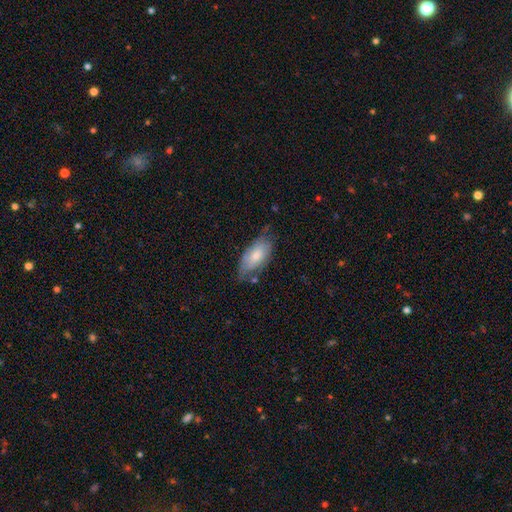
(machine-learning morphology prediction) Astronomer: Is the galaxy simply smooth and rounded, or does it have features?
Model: smooth — 67%.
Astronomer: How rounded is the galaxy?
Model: in between — 90%.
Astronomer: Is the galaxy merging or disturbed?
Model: none — 52% (runner-up: minor disturbance, 34%).